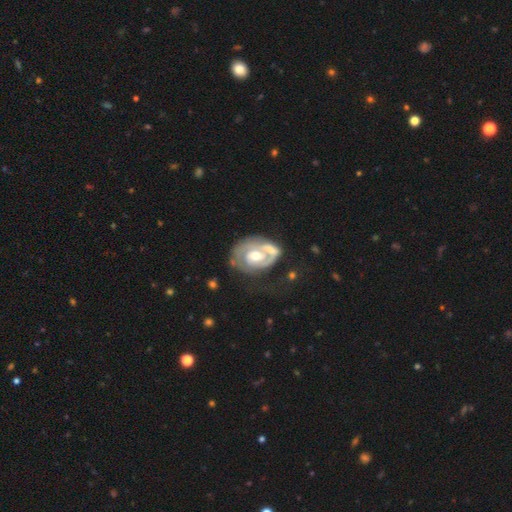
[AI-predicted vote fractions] Smooth or featured? Predicted: featured or disk (p=0.80). Edge-on disk? Predicted: no (p=0.97). Bar? Predicted: no (p=0.66). Spiral arms? Predicted: yes (p=0.81). Spiral winding? Predicted: tight (p=0.60). Spiral arm count? Predicted: 2 (p=0.38). Bulge size? Predicted: moderate (p=0.69). Merging? Predicted: none (p=0.37).